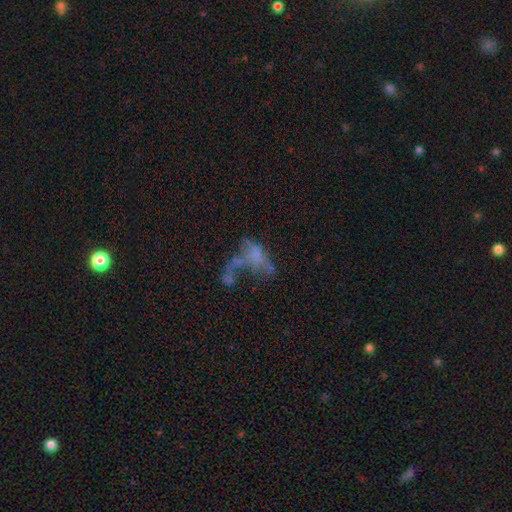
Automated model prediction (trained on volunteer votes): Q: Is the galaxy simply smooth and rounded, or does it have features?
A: featured or disk — 47%.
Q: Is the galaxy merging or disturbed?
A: major disturbance — 43%.